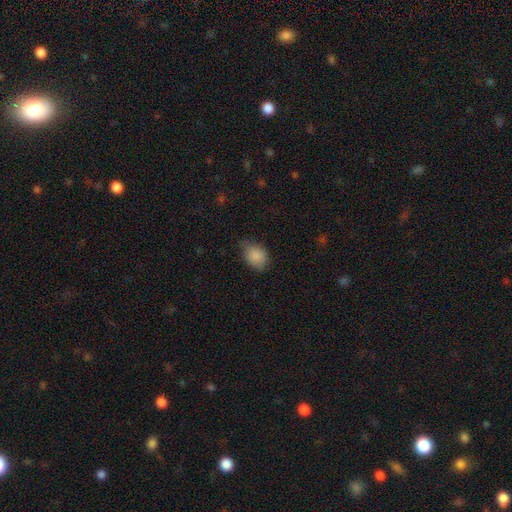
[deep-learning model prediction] Overall: smooth (87%). How rounded: in between (66%; round 33%). Merging: none (62%; minor disturbance 31%).